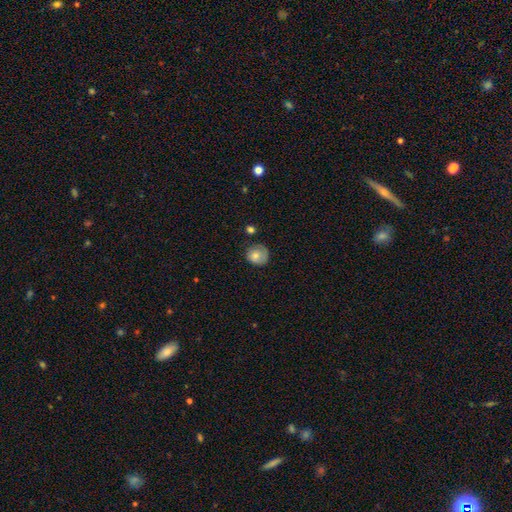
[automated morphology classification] Smooth or featured? Predicted: smooth (p=0.67). How rounded? Predicted: round (p=0.83). Merging? Predicted: none (p=0.64).